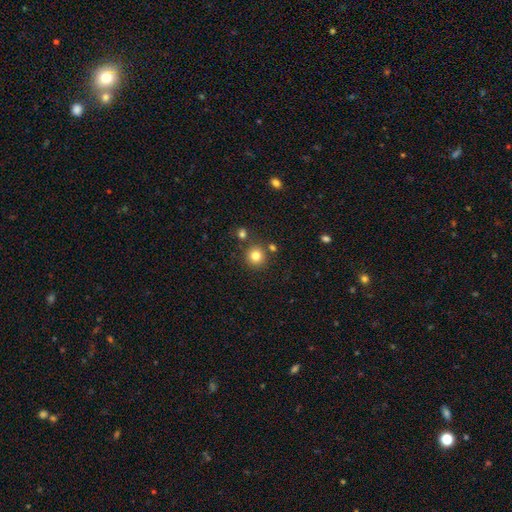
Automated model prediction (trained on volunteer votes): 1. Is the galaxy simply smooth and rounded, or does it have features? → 82% smooth, 12% star or artifact, 6% featured or disk.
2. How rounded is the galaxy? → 94% round, 6% in between, 1% cigar-shaped.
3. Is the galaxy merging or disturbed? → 84% none, 7% minor disturbance, 7% merger, 2% major disturbance.